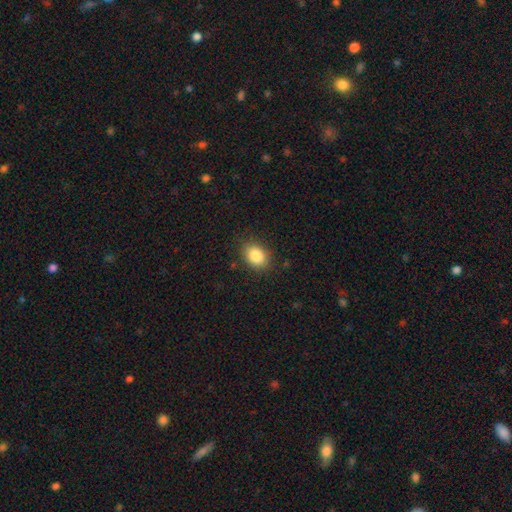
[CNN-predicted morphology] Overall: smooth (85%). How rounded: in between (70%). Merging: none (85%).